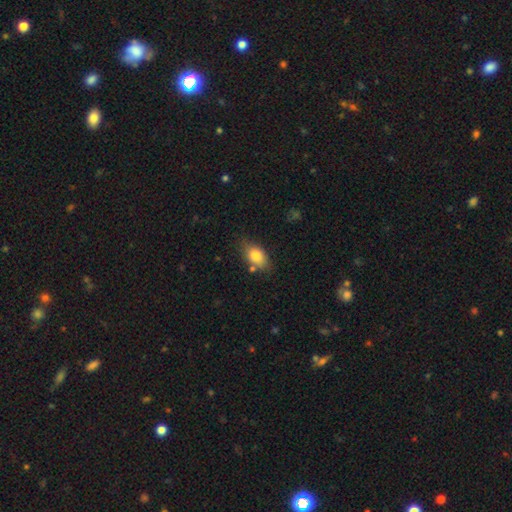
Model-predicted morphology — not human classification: Smooth or featured? Predicted: smooth (p=0.80). How rounded? Predicted: in between (p=0.85). Merging? Predicted: none (p=0.70).